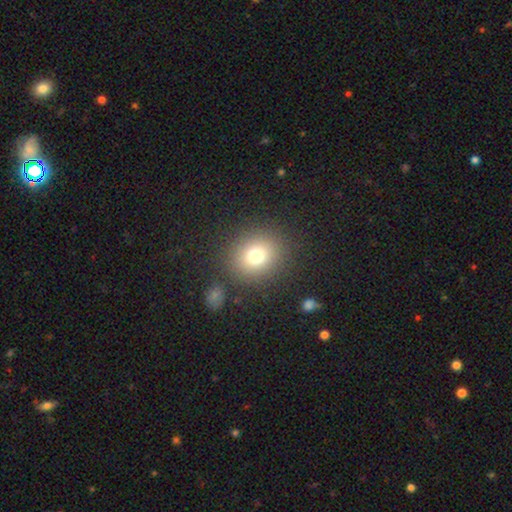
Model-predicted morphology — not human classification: type=smooth (77%); roundness=round (78%); merging=none (85%).